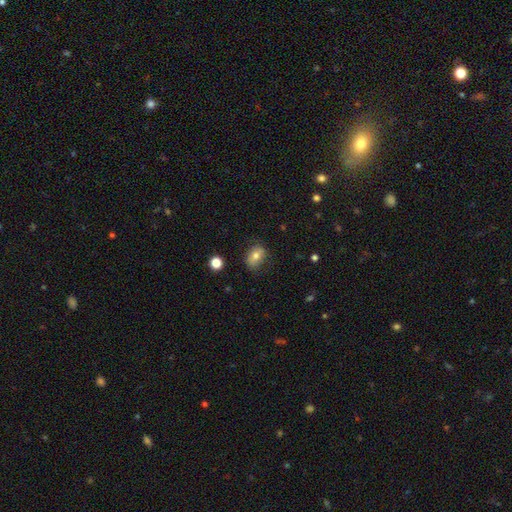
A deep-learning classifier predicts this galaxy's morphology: type=smooth (71%); roundness=in between (76%); merging=none (75%).